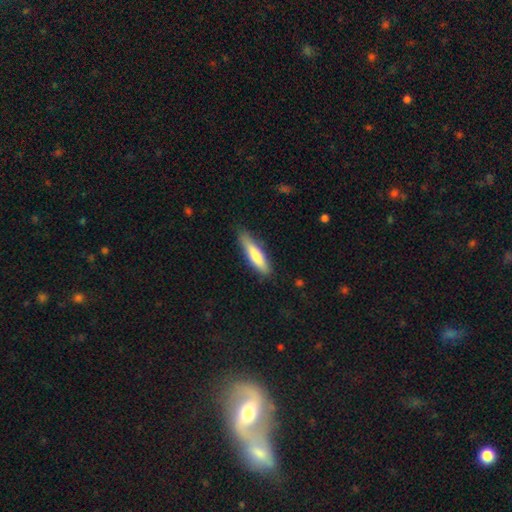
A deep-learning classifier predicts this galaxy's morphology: A smooth galaxy with no disk features (75%) that is cigar-shaped (77%). Merging: none (80%).